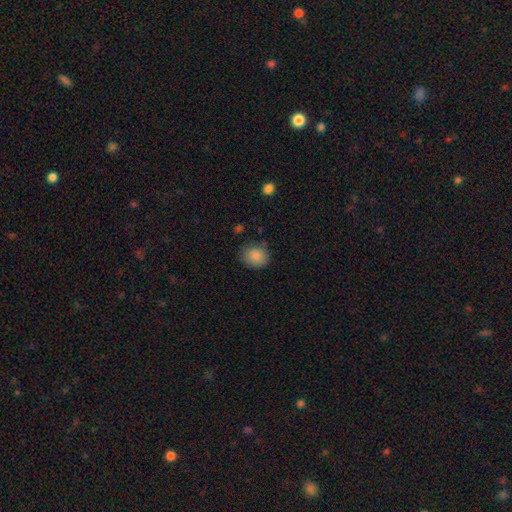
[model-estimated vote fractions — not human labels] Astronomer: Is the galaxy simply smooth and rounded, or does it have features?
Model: smooth — 87%.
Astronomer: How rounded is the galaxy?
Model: round — 64%.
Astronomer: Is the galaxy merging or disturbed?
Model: none — 76%.